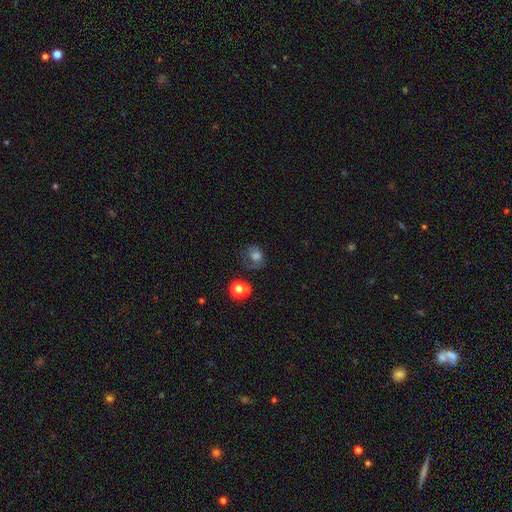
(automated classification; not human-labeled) smooth 55%, featured or disk 30%, star or artifact 15%. Down the decision tree: how rounded — round (55%); merging — none (45%).